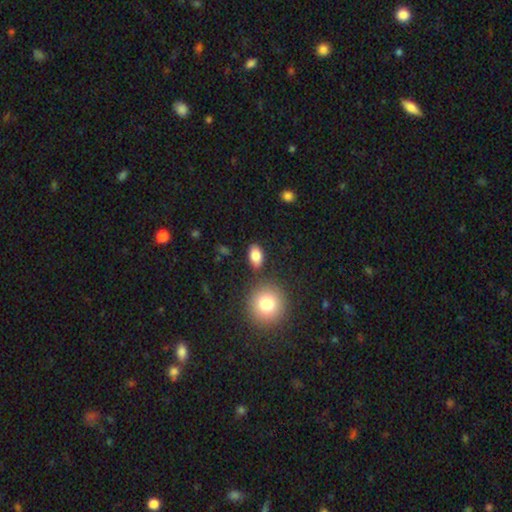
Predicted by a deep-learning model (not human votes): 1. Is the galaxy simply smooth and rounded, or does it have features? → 84% smooth, 8% star or artifact, 8% featured or disk.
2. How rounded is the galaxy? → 86% in between, 12% round, 2% cigar-shaped.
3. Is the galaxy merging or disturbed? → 82% none, 10% minor disturbance, 5% merger, 3% major disturbance.